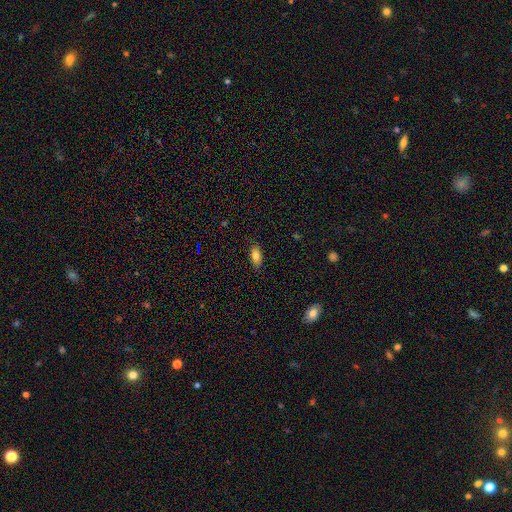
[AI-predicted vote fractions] Morphology: type=smooth (81%); roundness=in between (86%); merging=none (86%).